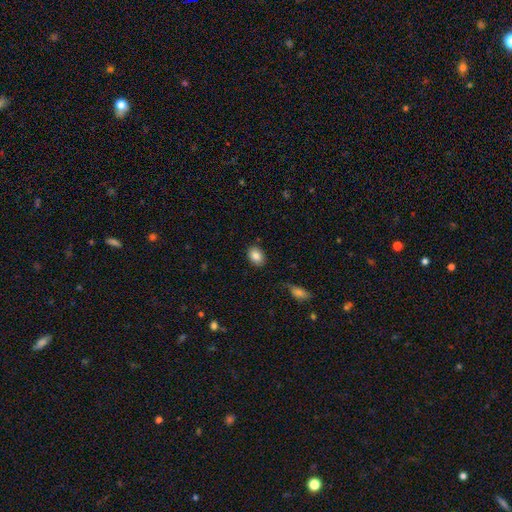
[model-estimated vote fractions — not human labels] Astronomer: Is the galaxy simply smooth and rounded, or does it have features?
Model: smooth — 85%.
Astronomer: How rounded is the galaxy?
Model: in between — 74%.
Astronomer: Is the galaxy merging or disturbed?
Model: none — 86%.